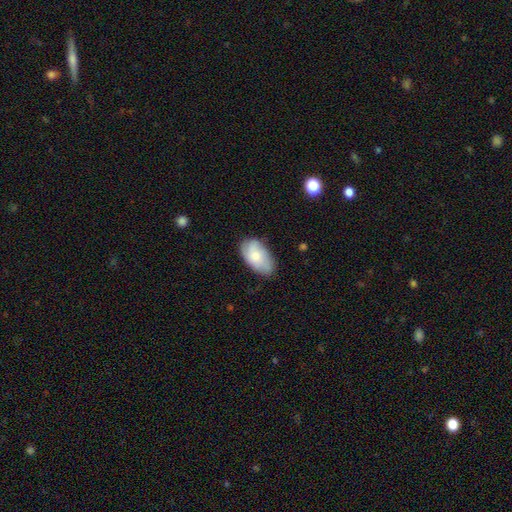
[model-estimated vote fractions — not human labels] Smooth or featured: smooth — 71% (featured or disk — 23%)
How rounded: in between — 94% (round — 4%)
Merging: none — 68% (minor disturbance — 25%)